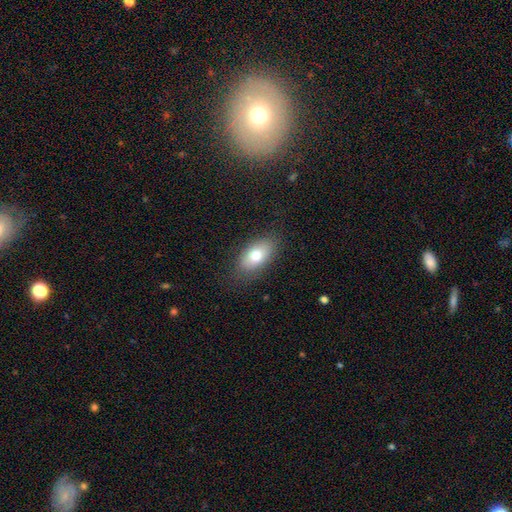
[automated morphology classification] This is likely a smooth galaxy (75%). How rounded: clearly in between (90%). Merging: clearly none (83%).